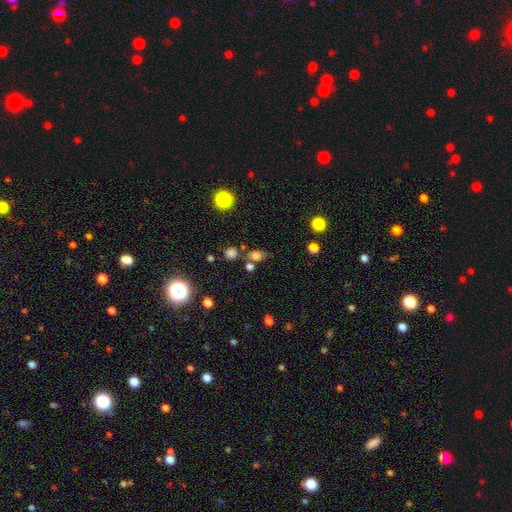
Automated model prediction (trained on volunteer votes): The model was most divided on "how rounded": in between: 58%, round: 39%, cigar-shaped: 3%. More confident: smooth or featured — smooth (72%); merging — none (60%).